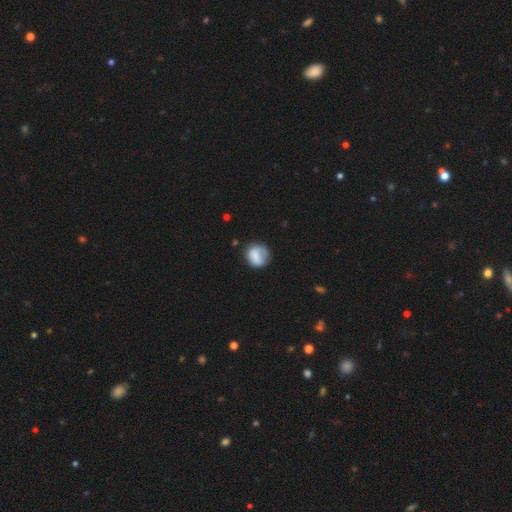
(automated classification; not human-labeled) This appears to be a smooth galaxy with no disk features (78%) that is round (79%). Merging: none (61%).